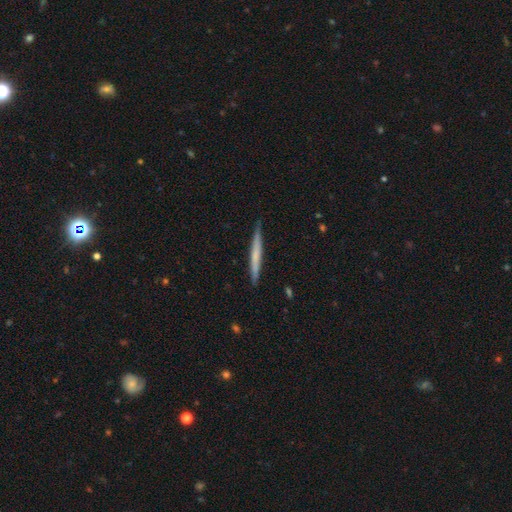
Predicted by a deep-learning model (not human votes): Morphology: type=smooth (54%); roundness=cigar-shaped (96%); merging=none (89%).